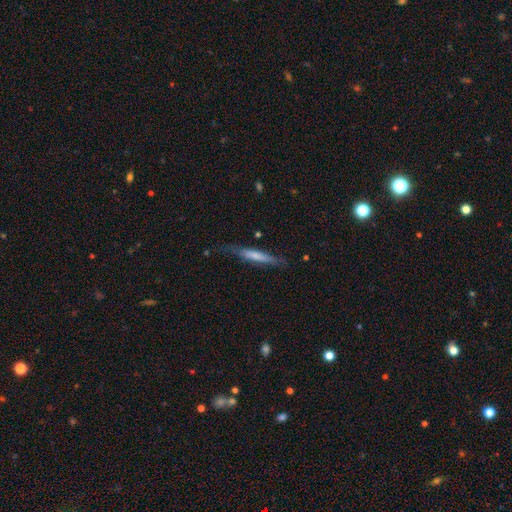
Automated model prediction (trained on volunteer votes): The model was most divided on "smooth or featured": smooth: 59%, featured or disk: 35%, star or artifact: 6%. More confident: how rounded — cigar-shaped (92%); merging — none (76%).